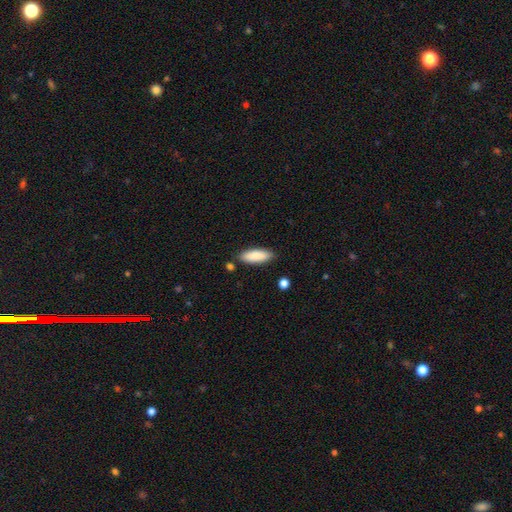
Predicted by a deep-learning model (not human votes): Morphology: type=smooth (87%); roundness=in between (64%); merging=none (84%).